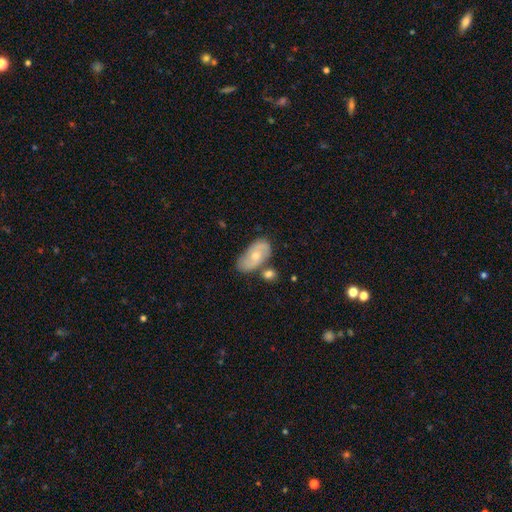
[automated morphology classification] Smooth or featured: featured or disk — 53% (smooth — 41%)
Edge-on disk: no — 94% (yes — 6%)
Merging: none — 60% (minor disturbance — 20%)